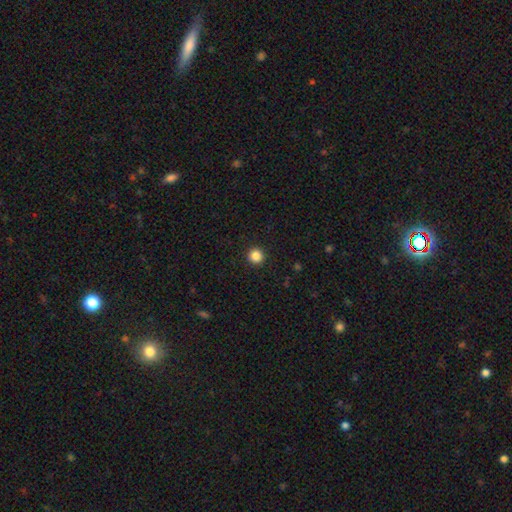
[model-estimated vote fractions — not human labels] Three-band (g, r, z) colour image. It shows a smooth galaxy with no disk features (86%) that is round (96%). Merging: none (93%).